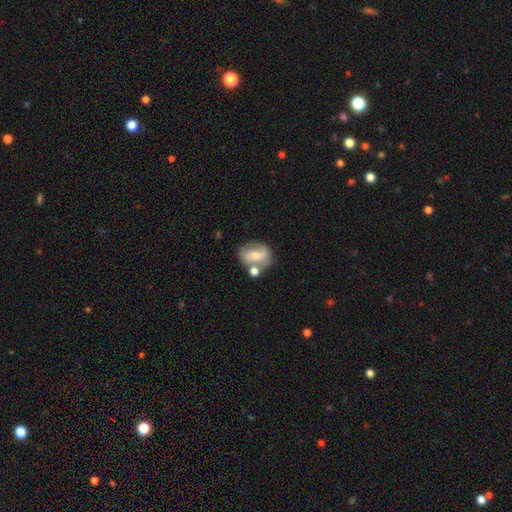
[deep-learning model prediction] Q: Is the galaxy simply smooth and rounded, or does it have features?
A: featured or disk — 52%.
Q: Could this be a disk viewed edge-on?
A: no — 96%.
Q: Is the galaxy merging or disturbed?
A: none — 53%.